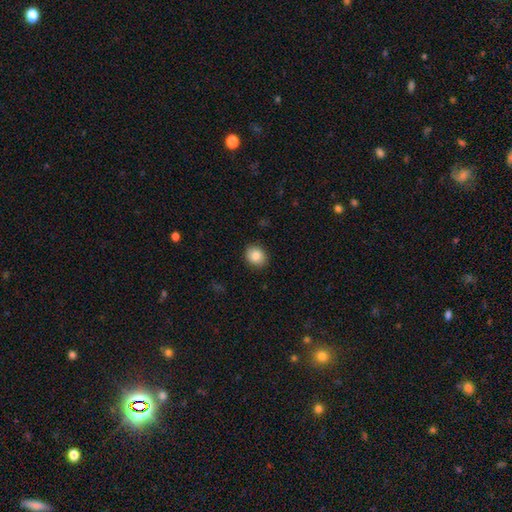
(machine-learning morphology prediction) This appears to be a smooth galaxy with no disk features (85%) that is round (65%). Merging: none (89%).